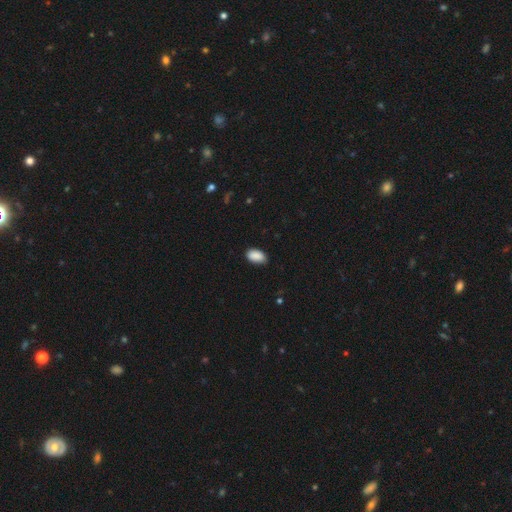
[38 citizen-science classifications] This is clearly a smooth galaxy (100%). How rounded: clearly in between (95%). Merging: clearly none (82%).